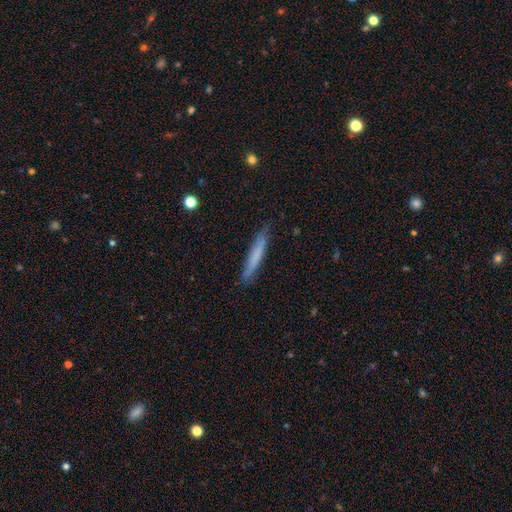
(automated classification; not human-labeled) The model was most divided on "smooth or featured": smooth: 67%, featured or disk: 27%, star or artifact: 6%. More confident: how rounded — cigar-shaped (95%); merging — none (85%).